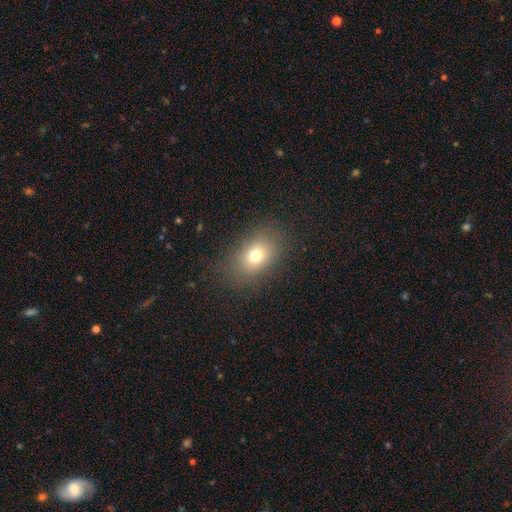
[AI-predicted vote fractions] smooth 74%, star or artifact 14%, featured or disk 12%. Down the decision tree: how rounded — in between (67%); merging — none (83%).